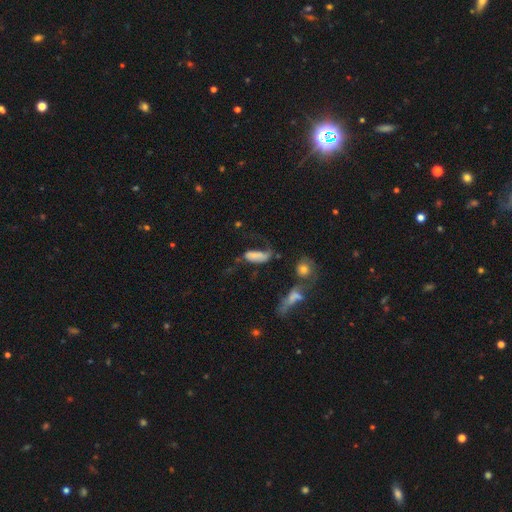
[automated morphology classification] This is likely a smooth galaxy (63%). How rounded: likely in between (69%). Merging: marginally major disturbance (42%).